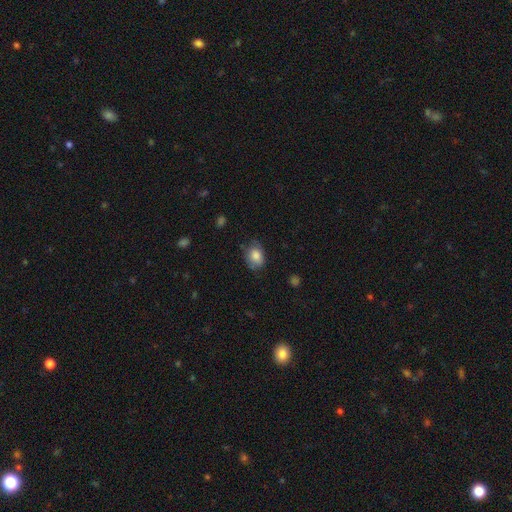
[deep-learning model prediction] Smooth or featured? smooth (79%)
How rounded? in between (70%)
Merging? none (64%)